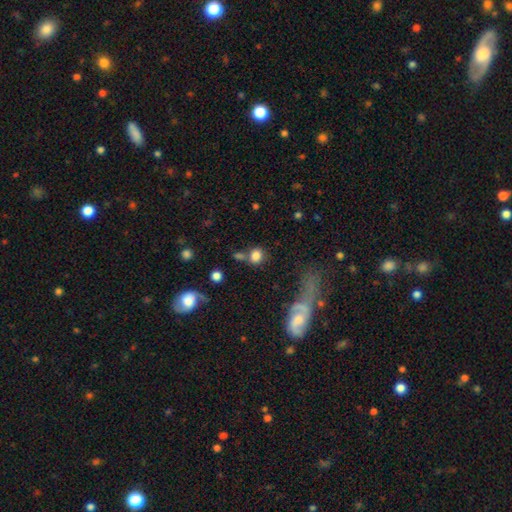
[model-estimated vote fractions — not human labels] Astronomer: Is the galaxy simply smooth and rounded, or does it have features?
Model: smooth — 80%.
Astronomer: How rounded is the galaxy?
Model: round — 61% (runner-up: in between, 37%).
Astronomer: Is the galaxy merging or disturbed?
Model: none — 56%.